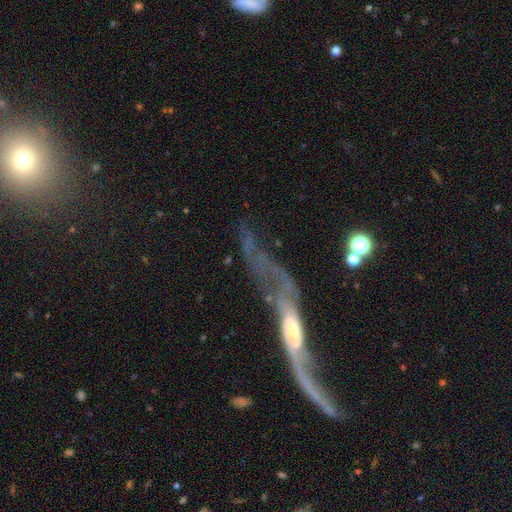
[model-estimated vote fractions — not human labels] A featured or disk galaxy (78%) with no bar (44%), spiral arms (82%) and a moderate central bulge (43%).

Vote fractions:
- Smooth or featured? featured or disk: 78% / smooth: 11% / star or artifact: 11%
- Edge-on disk? no: 69% / yes: 31%
- Bar? no: 44% / weak: 34% / strong: 22%
- Spiral arms? yes: 82% / no: 18%
- Bulge size? moderate: 43% / small: 42% / none: 7% / large: 6% / dominant: 2%
- Merging? none: 36% / major disturbance: 35% / minor disturbance: 16% / merger: 13%